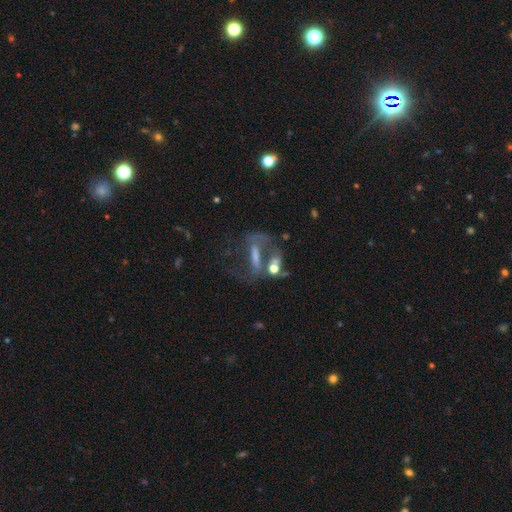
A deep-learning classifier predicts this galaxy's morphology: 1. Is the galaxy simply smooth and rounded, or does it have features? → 57% featured or disk, 24% smooth, 19% star or artifact.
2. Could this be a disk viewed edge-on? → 79% no, 21% yes.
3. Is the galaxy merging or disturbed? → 36% none, 27% major disturbance, 23% merger, 14% minor disturbance.